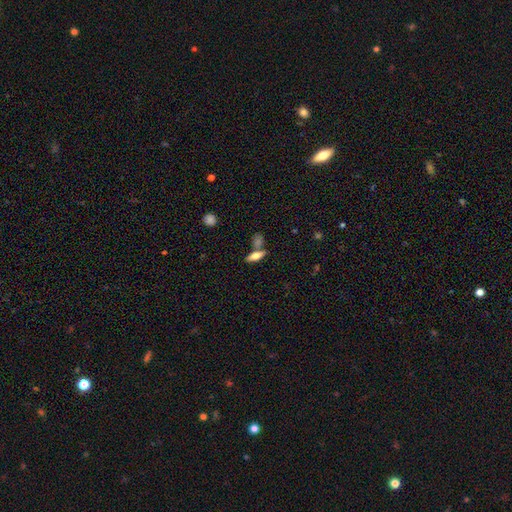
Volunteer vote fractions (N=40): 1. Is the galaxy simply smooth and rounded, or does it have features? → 72% smooth, 20% featured or disk, 8% star or artifact.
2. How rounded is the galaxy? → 45% in between (tied), 45% cigar-shaped (tied), 10% round.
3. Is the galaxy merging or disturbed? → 65% none, 32% merger, 3% major disturbance, 0% minor disturbance.